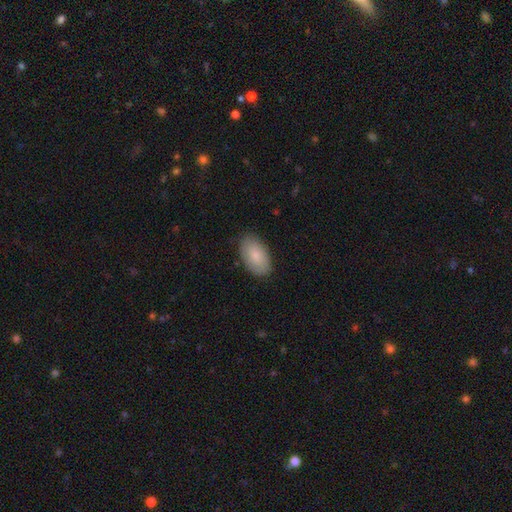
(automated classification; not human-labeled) A smooth galaxy with no disk features (81%) that is in between round and cigar-shaped (94%).

Vote fractions:
- Smooth or featured? smooth: 81% / featured or disk: 13% / star or artifact: 6%
- How rounded? in between: 94% / round: 4% / cigar-shaped: 1%
- Merging? none: 83% / minor disturbance: 13% / major disturbance: 3% / merger: 1%